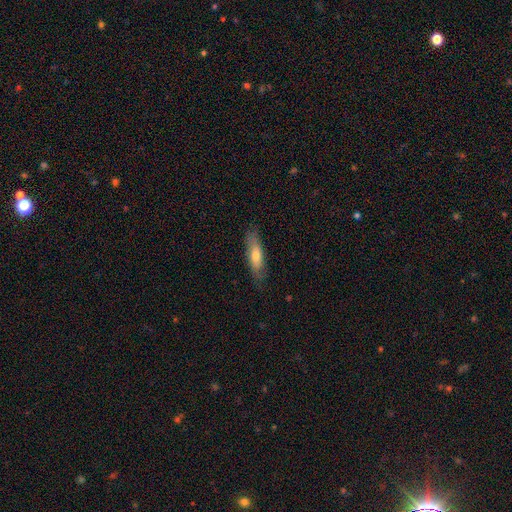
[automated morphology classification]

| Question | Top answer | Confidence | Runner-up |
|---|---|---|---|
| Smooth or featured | smooth | 56% | featured or disk (37%) |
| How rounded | cigar-shaped | 64% | in between (34%) |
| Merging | none | 81% | minor disturbance (15%) |